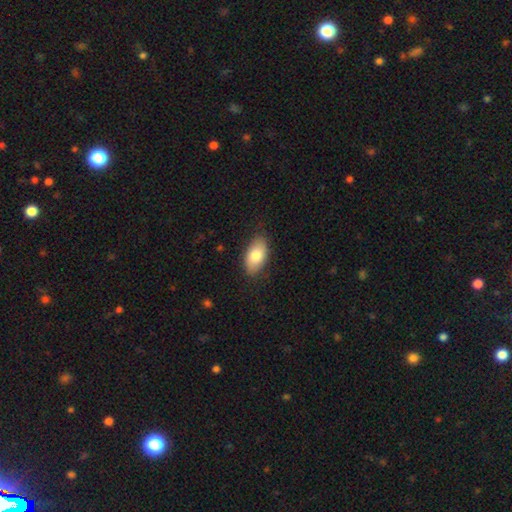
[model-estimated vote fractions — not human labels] Q: Smooth or featured?
A: smooth (80%); runner-up: featured or disk (14%)
Q: How rounded?
A: in between (94%); runner-up: round (4%)
Q: Merging?
A: none (83%); runner-up: minor disturbance (14%)